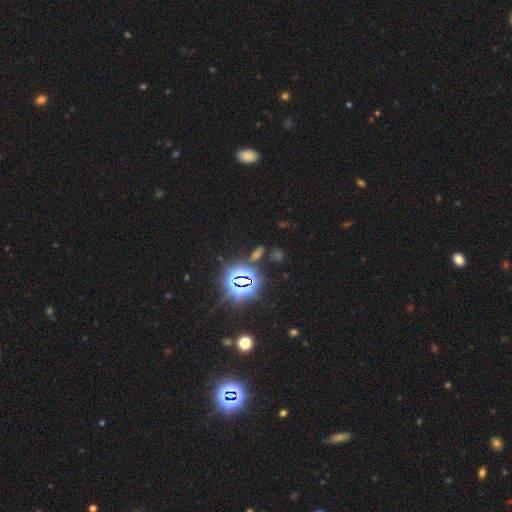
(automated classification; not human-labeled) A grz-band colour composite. It shows a star or artifact, not a galaxy (76%).